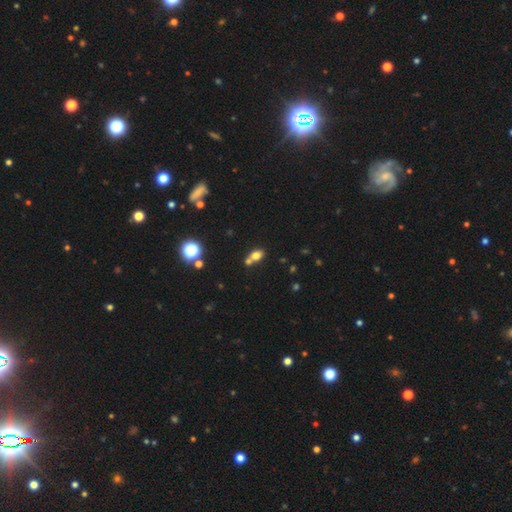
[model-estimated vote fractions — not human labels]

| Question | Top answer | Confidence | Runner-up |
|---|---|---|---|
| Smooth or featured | smooth | 73% | star or artifact (15%) |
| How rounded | in between | 68% | round (30%) |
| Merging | none | 44% | merger (42%) |